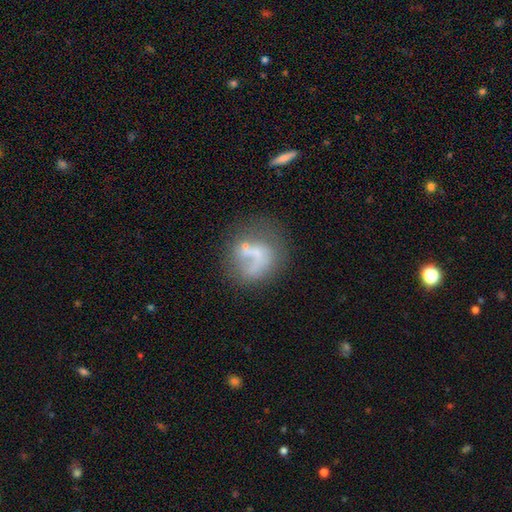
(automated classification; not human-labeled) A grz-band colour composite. It shows a smooth galaxy with no disk features (49%). Merging: none (41%).